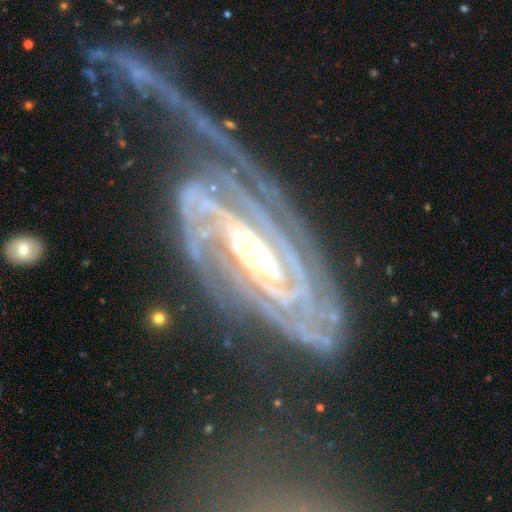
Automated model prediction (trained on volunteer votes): A featured or disk galaxy (91%) with no bar (40%), 2 (38%) tight (72%) spiral arms (98%) and a small central bulge (45%).

Vote fractions:
- Smooth or featured? featured or disk: 91% / star or artifact: 6% / smooth: 4%
- Edge-on disk? no: 94% / yes: 6%
- Bar? no: 40% / strong: 32% / weak: 27%
- Spiral arms? yes: 98% / no: 2%
- Spiral winding? tight: 72% / medium: 22% / loose: 6%
- Spiral arm count? 2: 38% / 3: 17% / can't tell: 17% / 4: 11% / more than 4: 9% / 1: 8%
- Bulge size? small: 45% / moderate: 43% / large: 8% / none: 2% / dominant: 2%
- Merging? none: 61% / minor disturbance: 20% / major disturbance: 15% / merger: 4%